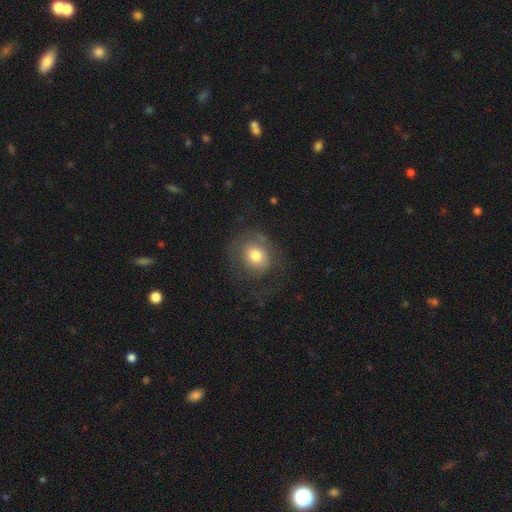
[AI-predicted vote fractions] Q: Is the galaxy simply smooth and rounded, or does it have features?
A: smooth — 64%.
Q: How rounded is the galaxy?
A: round — 74%.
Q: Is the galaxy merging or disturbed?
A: none — 55%.